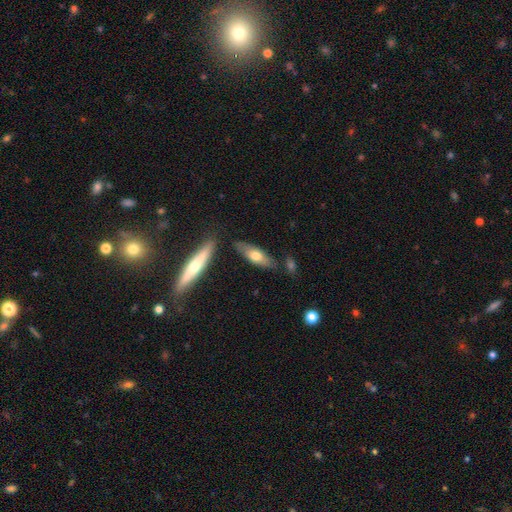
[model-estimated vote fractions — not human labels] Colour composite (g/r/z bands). It shows a smooth galaxy with no disk features (59%) that is in between round and cigar-shaped (49%). Merging: none (75%).